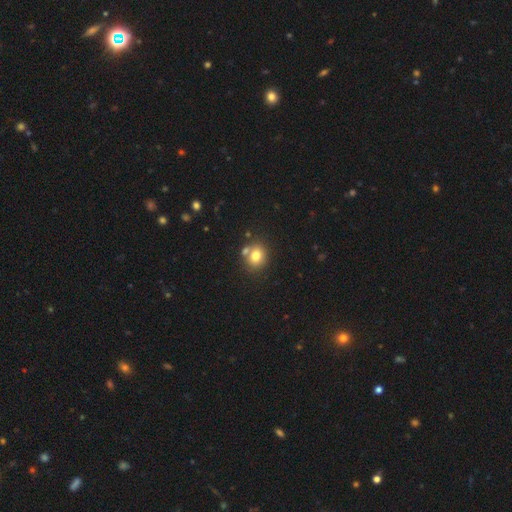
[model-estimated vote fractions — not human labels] A smooth galaxy with no disk features (76%) that is round (70%).

Vote fractions:
- Smooth or featured? smooth: 76% / star or artifact: 12% / featured or disk: 12%
- How rounded? round: 70% / in between: 29% / cigar-shaped: 1%
- Merging? none: 65% / merger: 20% / minor disturbance: 11% / major disturbance: 3%